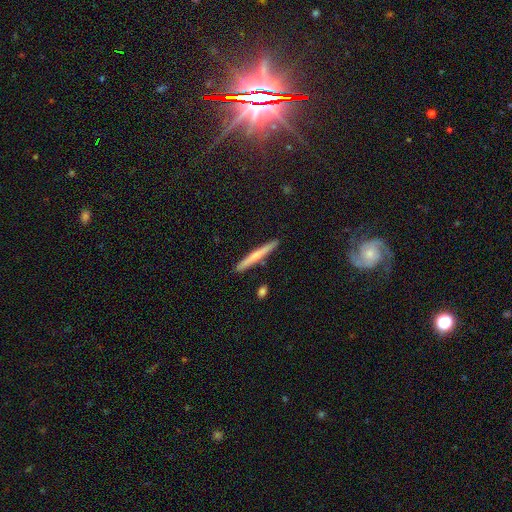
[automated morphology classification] Smooth or featured? smooth (53%)
How rounded? cigar-shaped (96%)
Merging? none (89%)